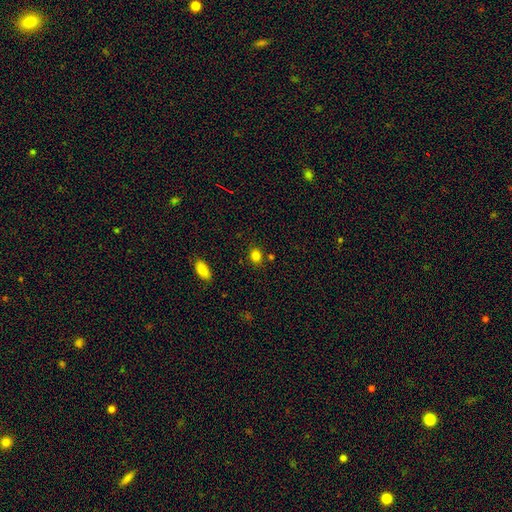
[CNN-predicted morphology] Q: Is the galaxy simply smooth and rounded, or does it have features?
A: smooth — 82%.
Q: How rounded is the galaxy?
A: round — 50%.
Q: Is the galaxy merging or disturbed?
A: none — 80%.